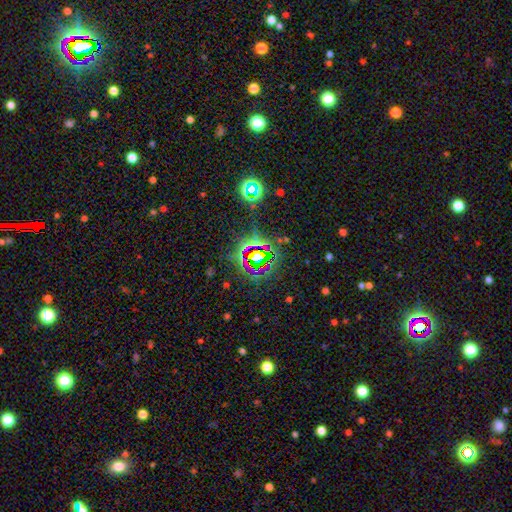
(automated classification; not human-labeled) A star or artifact, not a galaxy (77%).